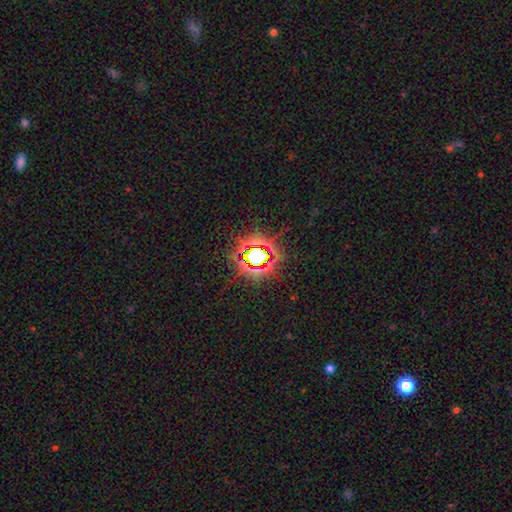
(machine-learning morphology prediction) smooth-or-featured: star or artifact: 78% | smooth: 12% | featured or disk: 10%